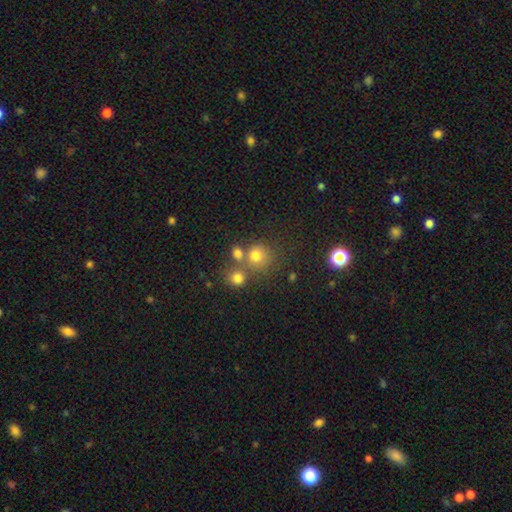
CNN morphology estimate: smooth_or_featured: smooth (p=0.73) [alt: star or artifact p=0.17]
how_rounded: round (p=0.85) [alt: in between p=0.14]
merging: none (p=0.55) [alt: merger p=0.30]